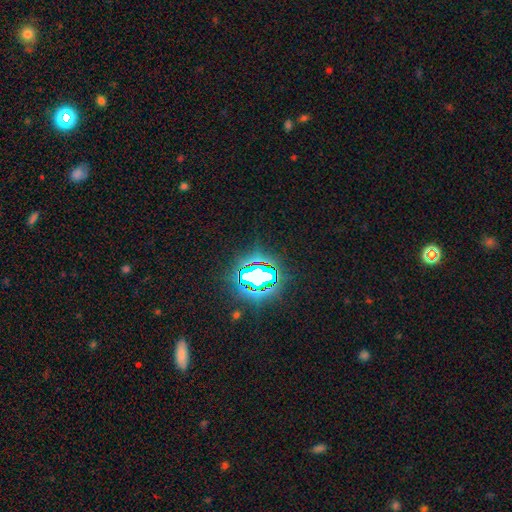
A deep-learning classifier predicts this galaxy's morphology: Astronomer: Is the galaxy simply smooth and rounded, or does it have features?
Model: star or artifact — 78%.